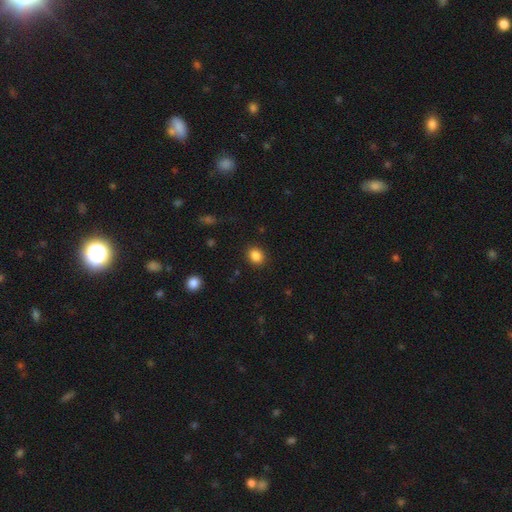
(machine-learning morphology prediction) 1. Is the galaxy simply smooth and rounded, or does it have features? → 87% smooth, 10% star or artifact, 4% featured or disk.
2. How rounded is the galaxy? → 62% round, 37% in between, 1% cigar-shaped.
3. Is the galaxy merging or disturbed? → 89% none, 7% minor disturbance, 3% major disturbance, 1% merger.